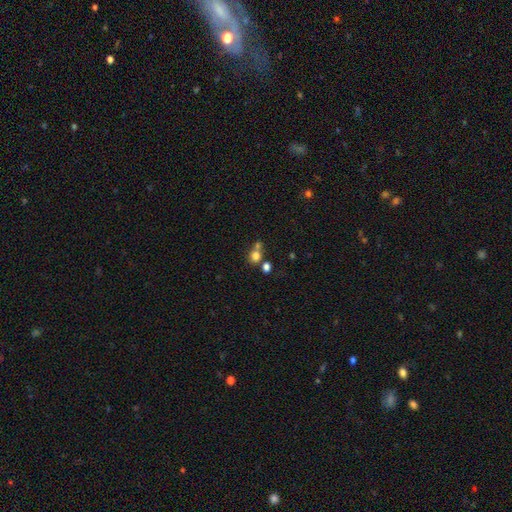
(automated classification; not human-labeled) Smooth or featured: smooth — 76% (star or artifact — 14%)
How rounded: round — 78% (in between — 21%)
Merging: none — 50% (merger — 36%)